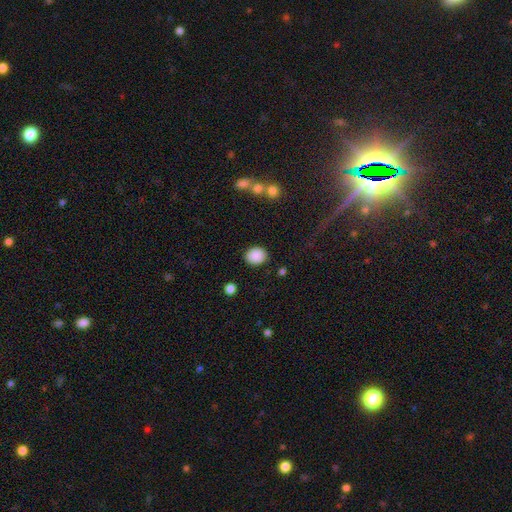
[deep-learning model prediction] Overall: smooth (88%). How rounded: round (57%; in between 42%). Merging: none (87%).